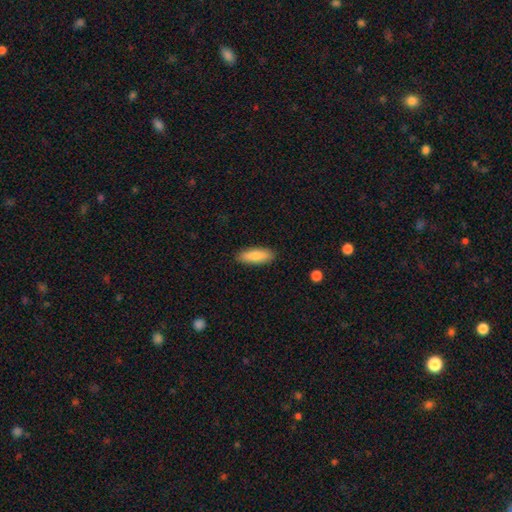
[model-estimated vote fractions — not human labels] A smooth galaxy with no disk features (83%) that is in between round and cigar-shaped (59%). Merging: none (89%).